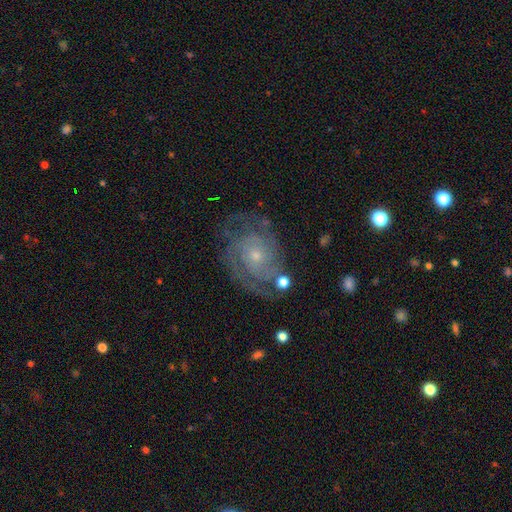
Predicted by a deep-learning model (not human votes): This is clearly a featured or disk galaxy (85%). It is clearly not viewed edge-on (98%). Bar: likely no (78%). Spiral arm pattern: clearly yes (96%). Spiral arm count: marginally 2 (39%). Spiral winding: likely tight (65%). Central bulge: likely small (71%). Merging: likely none (73%).